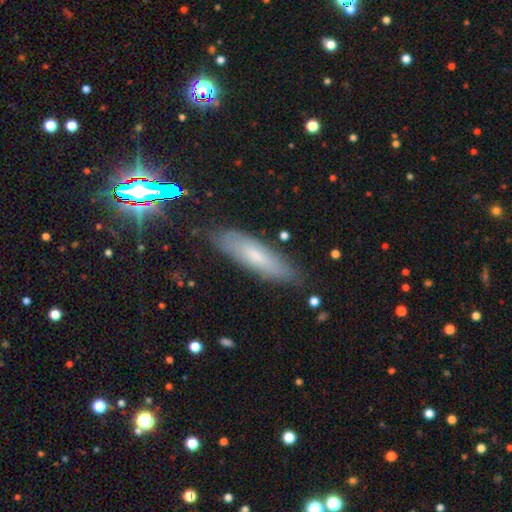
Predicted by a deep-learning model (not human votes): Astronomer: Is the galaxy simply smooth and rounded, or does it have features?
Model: smooth — 64%.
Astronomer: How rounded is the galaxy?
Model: cigar-shaped — 57% (runner-up: in between, 41%).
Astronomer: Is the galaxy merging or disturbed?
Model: none — 80%.